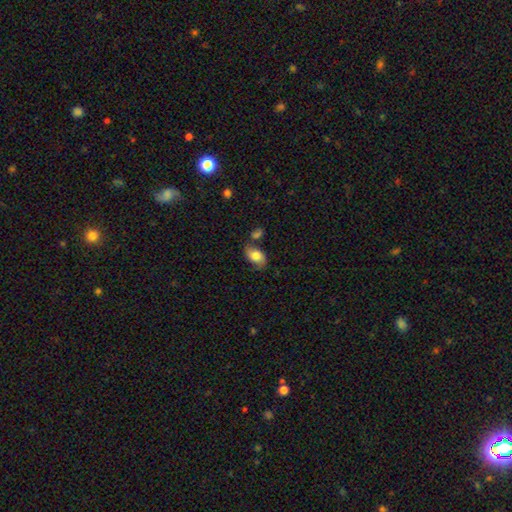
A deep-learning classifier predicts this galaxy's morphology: This appears to be a smooth galaxy with no disk features (73%) that is in between round and cigar-shaped (90%). Merging: none (62%).